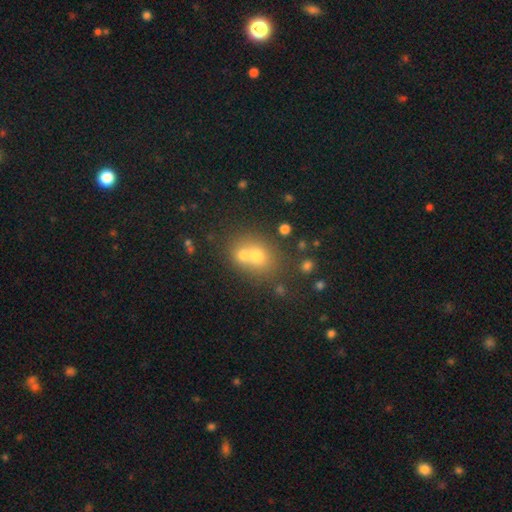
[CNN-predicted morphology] type=smooth (64%); roundness=round (65%); merging=merger (54%).